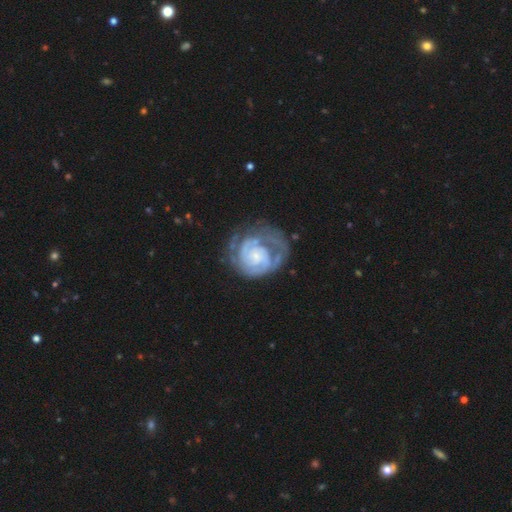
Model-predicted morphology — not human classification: This is clearly a featured or disk galaxy (84%). It is clearly not viewed edge-on (98%). Bar: likely no (71%). Spiral arm pattern: clearly yes (95%). Spiral arm count: marginally 2 (39%). Spiral winding: likely tight (69%). Central bulge: likely small (62%). Merging: likely none (61%).